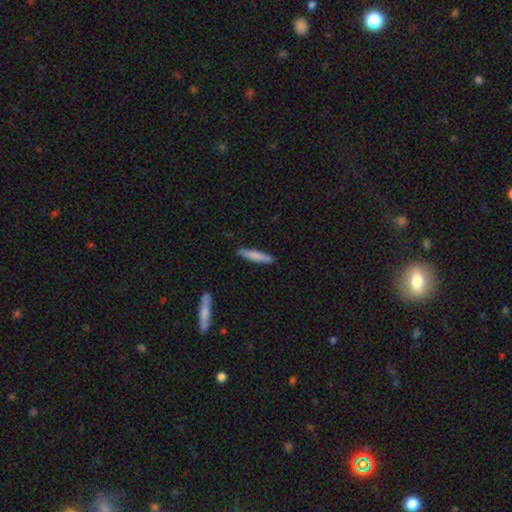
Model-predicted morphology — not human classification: smooth 75%, featured or disk 19%, star or artifact 5%. Down the decision tree: how rounded — cigar-shaped (90%); merging — none (90%).